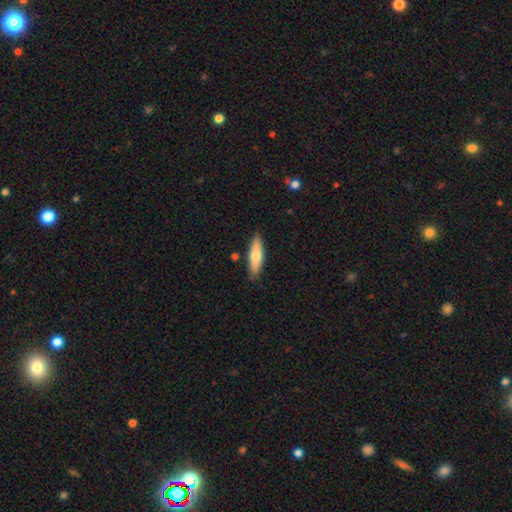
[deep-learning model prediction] Smooth or featured: smooth — 67% (featured or disk — 27%)
How rounded: cigar-shaped — 65% (in between — 33%)
Merging: none — 86% (minor disturbance — 10%)